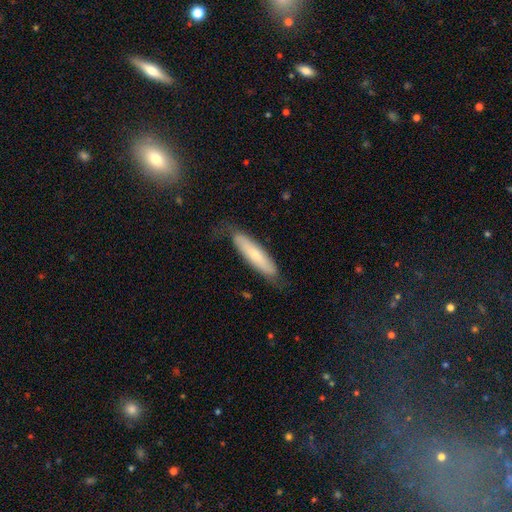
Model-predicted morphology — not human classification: Overall: smooth (63%; featured or disk 31%). How rounded: cigar-shaped (74%). Merging: none (73%).